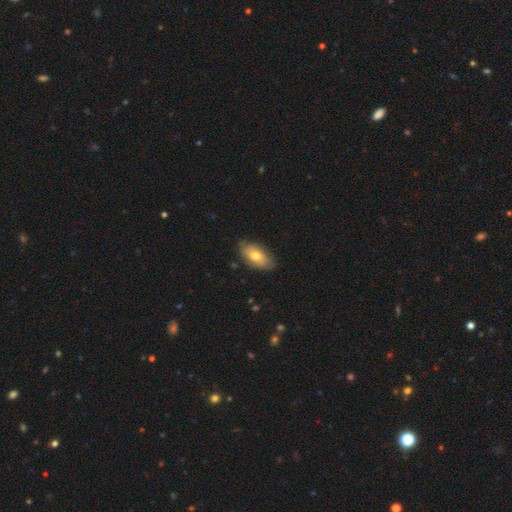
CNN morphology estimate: The model was most divided on "smooth or featured": smooth: 68%, featured or disk: 26%, star or artifact: 6%. More confident: how rounded — in between (92%); merging — none (78%).